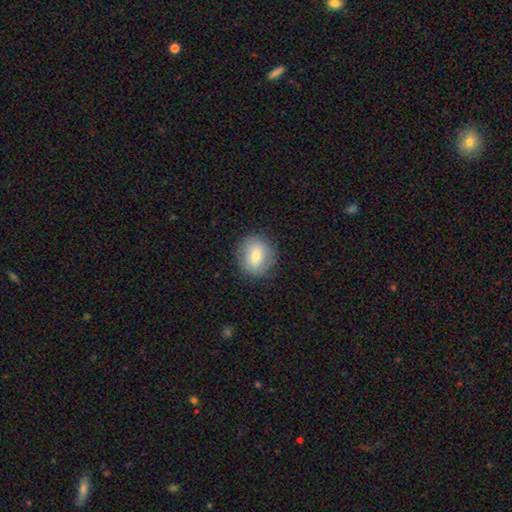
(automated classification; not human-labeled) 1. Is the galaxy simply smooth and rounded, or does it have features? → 70% smooth, 22% featured or disk, 8% star or artifact.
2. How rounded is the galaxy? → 74% round, 25% in between, 1% cigar-shaped.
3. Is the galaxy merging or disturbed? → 85% none, 10% minor disturbance, 3% major disturbance, 1% merger.